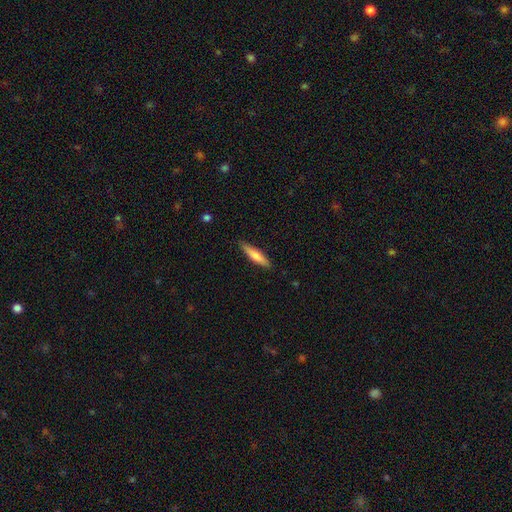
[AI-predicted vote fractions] A smooth galaxy with no disk features (70%) that is cigar-shaped (84%). Merging: none (87%).